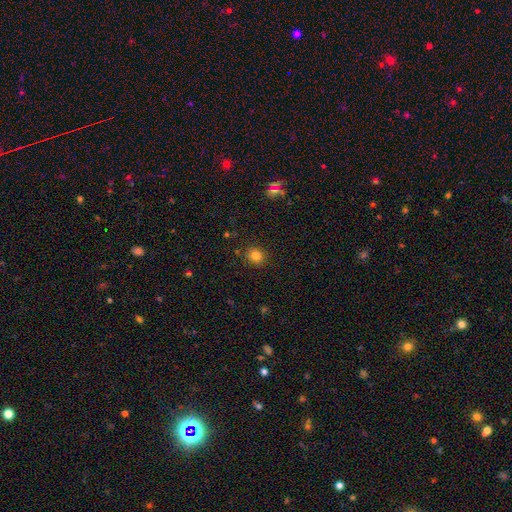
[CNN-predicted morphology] Smooth or featured?
  - smooth: 82% *
  - star or artifact: 13%
  - featured or disk: 6%
How rounded?
  - round: 80% *
  - in between: 19%
  - cigar-shaped: 1%
Merging?
  - none: 88% *
  - minor disturbance: 8%
  - major disturbance: 2%
  - merger: 2%